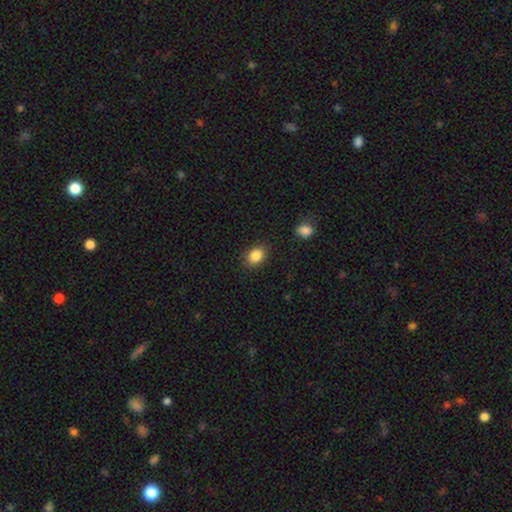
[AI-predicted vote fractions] This appears to be a smooth galaxy with no disk features (85%) that is in between round and cigar-shaped (60%). Merging: none (86%).